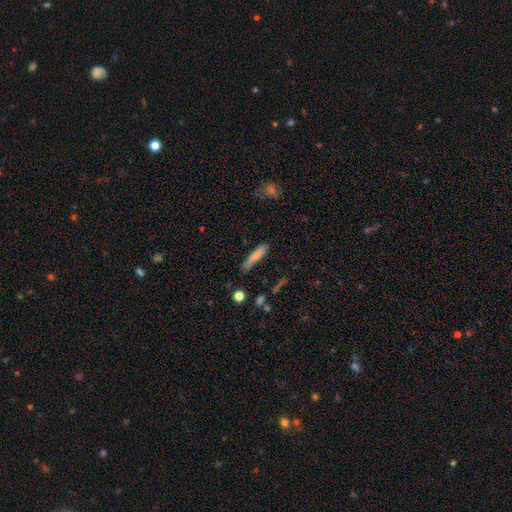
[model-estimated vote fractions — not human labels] Smooth or featured? smooth (76%)
How rounded? cigar-shaped (85%)
Merging? none (76%)